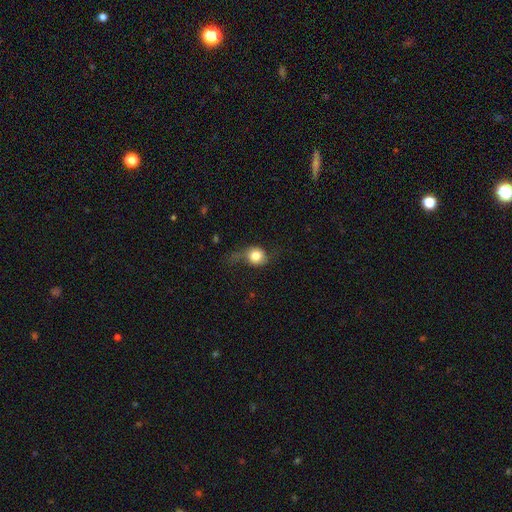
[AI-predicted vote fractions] smooth_or_featured: smooth (p=0.68) [alt: featured or disk p=0.23]
how_rounded: round (p=0.76) [alt: in between p=0.22]
merging: none (p=0.37) [alt: major disturbance p=0.31]